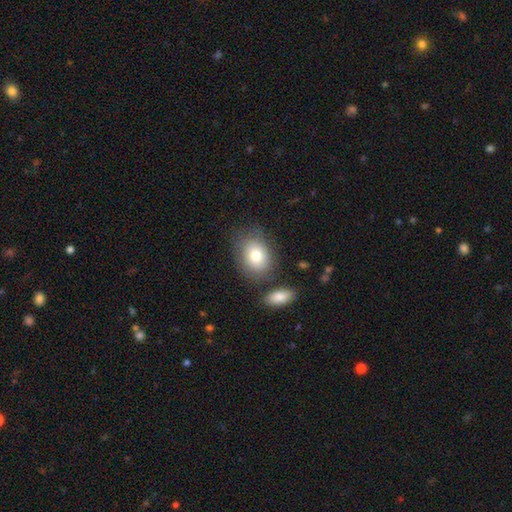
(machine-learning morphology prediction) A smooth galaxy with no disk features (79%) that is in between round and cigar-shaped (68%).

Vote fractions:
- Smooth or featured? smooth: 79% / featured or disk: 13% / star or artifact: 8%
- How rounded? in between: 68% / round: 31% / cigar-shaped: 1%
- Merging? none: 68% / minor disturbance: 16% / merger: 10% / major disturbance: 6%